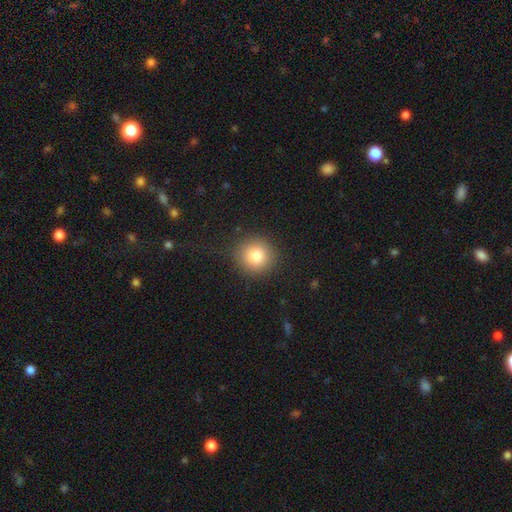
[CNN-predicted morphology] Overall: smooth (81%). How rounded: round (92%). Merging: none (89%).